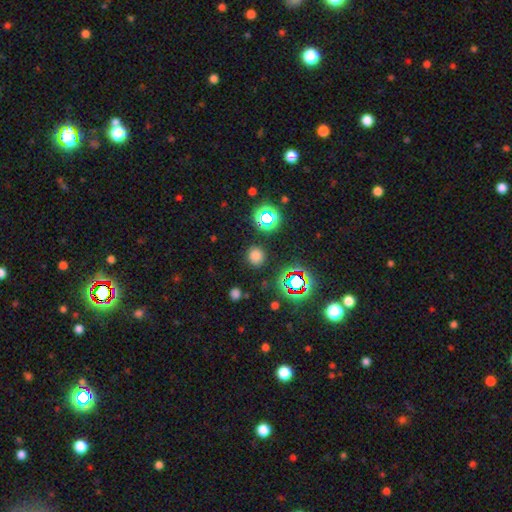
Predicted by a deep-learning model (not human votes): The model was most divided on "smooth or featured": smooth: 72%, star or artifact: 23%, featured or disk: 5%. More confident: how rounded — round (88%); merging — none (88%).